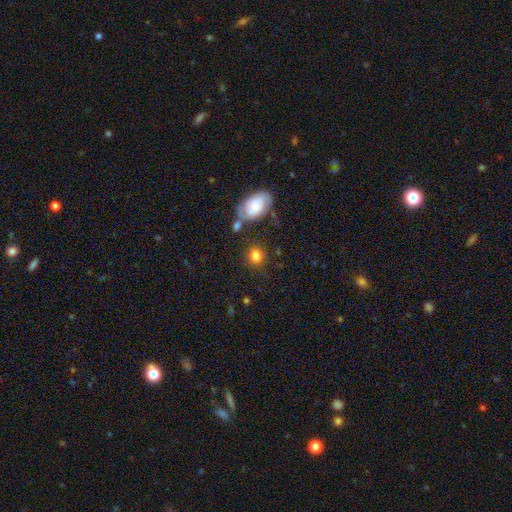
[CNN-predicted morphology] Smooth or featured? smooth (79%)
How rounded? round (69%)
Merging? none (73%)